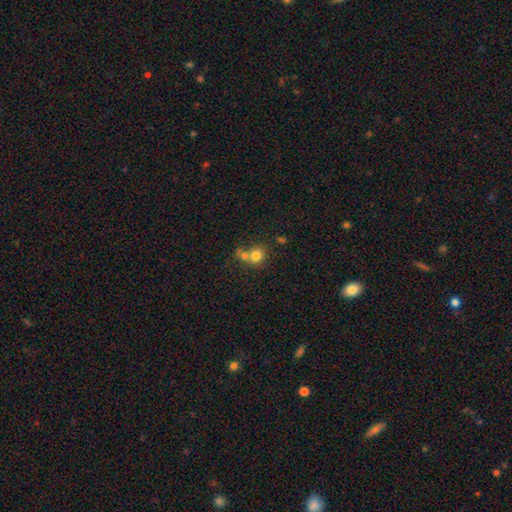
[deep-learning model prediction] smooth_or_featured: smooth (p=0.78) [alt: star or artifact p=0.11]
how_rounded: round (p=0.84) [alt: in between p=0.15]
merging: none (p=0.47) [alt: merger p=0.41]